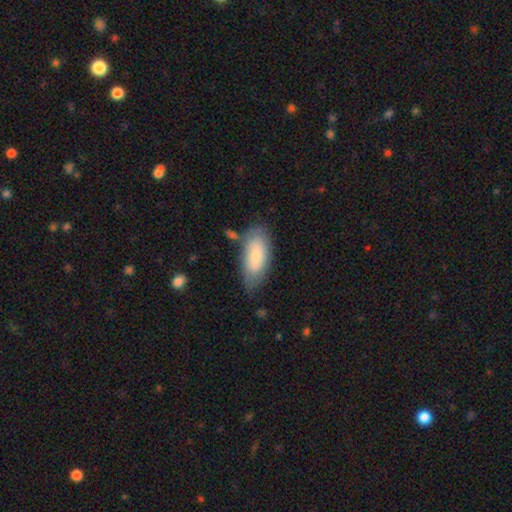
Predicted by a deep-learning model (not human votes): smooth 73%, featured or disk 21%, star or artifact 6%. Down the decision tree: how rounded — in between (87%); merging — none (63%).